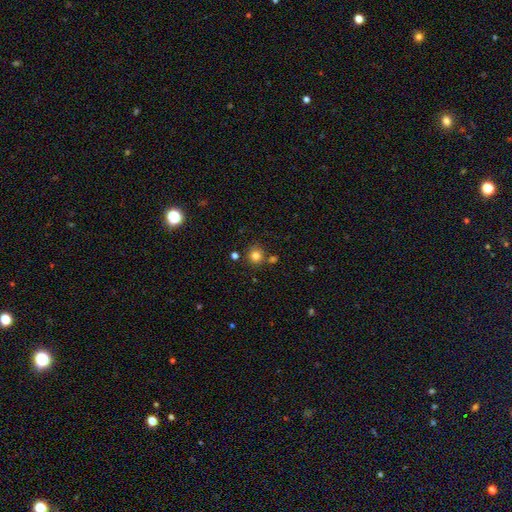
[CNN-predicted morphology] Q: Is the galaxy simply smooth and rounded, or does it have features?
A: smooth — 80%.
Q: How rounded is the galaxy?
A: round — 91%.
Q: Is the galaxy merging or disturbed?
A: none — 78%.